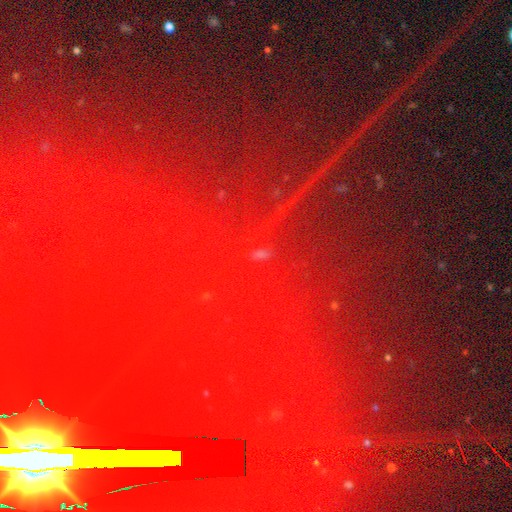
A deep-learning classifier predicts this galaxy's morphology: Smooth or featured? Predicted: star or artifact (p=0.85).